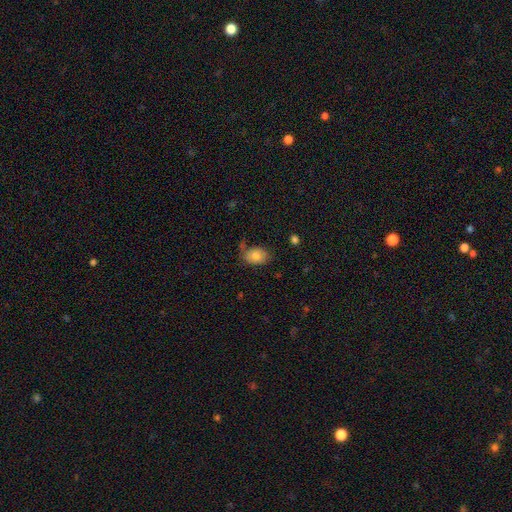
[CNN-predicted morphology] A smooth galaxy with no disk features (80%) that is in between round and cigar-shaped (79%). Merging: none (62%).